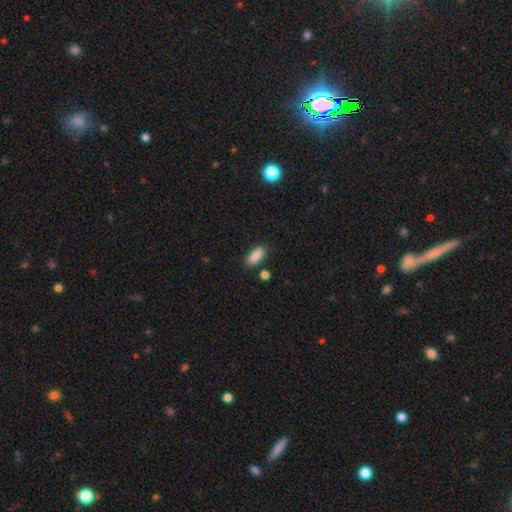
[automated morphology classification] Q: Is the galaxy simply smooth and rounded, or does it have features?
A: smooth — 89%.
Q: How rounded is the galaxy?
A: in between — 86%.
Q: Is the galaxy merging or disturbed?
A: none — 83%.